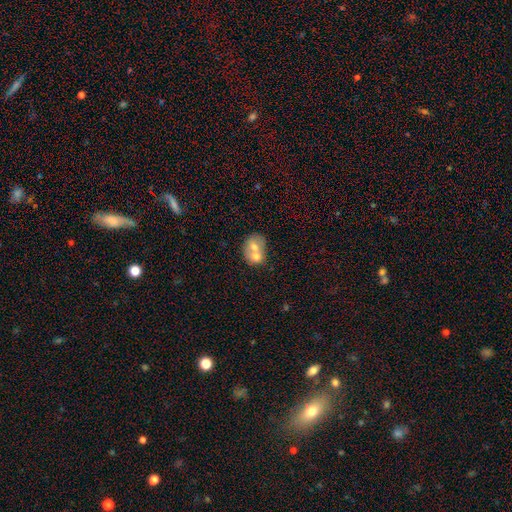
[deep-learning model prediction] This appears to be a smooth galaxy with no disk features (63%) that is round (52%). Merging: merger (69%).